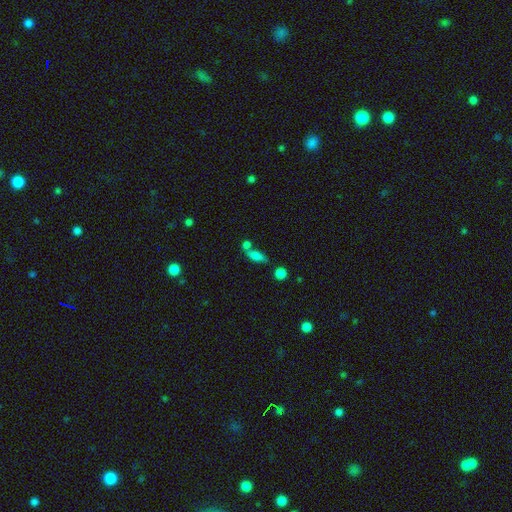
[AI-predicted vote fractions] This is likely a smooth galaxy (76%). How rounded: likely in between (70%). Merging: possibly none (48%).